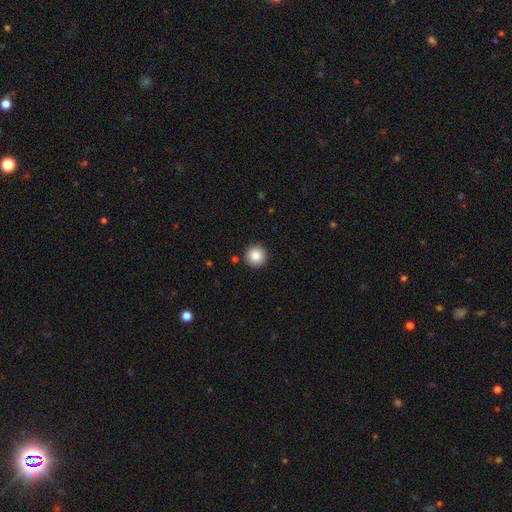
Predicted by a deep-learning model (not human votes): Smooth or featured? smooth (87%)
How rounded? round (96%)
Merging? none (92%)